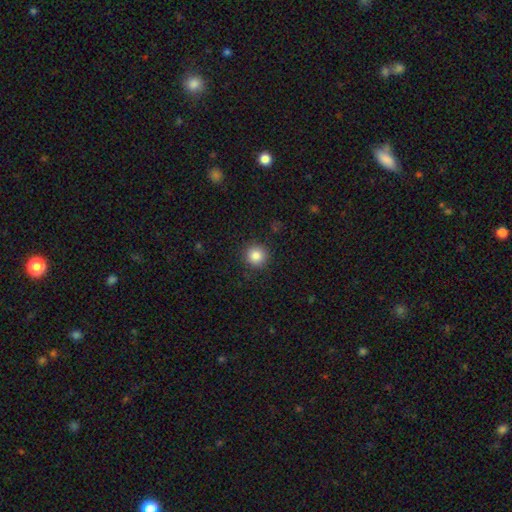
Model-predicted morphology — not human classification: This appears to be a smooth galaxy with no disk features (85%) that is round (94%). Merging: none (91%).